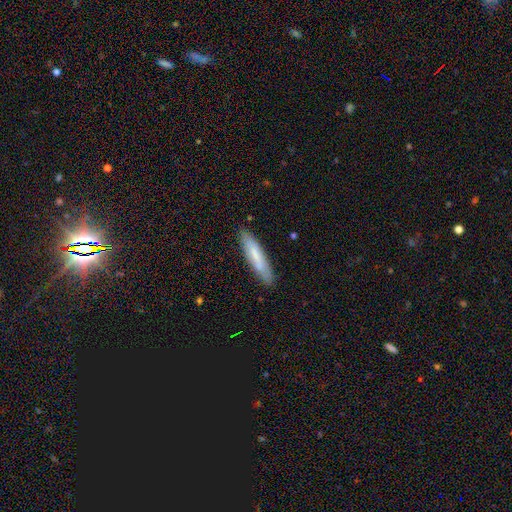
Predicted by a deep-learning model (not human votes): The model was most divided on "smooth or featured": smooth: 68%, featured or disk: 26%, star or artifact: 6%. More confident: merging — none (86%); how rounded — cigar-shaped (84%).